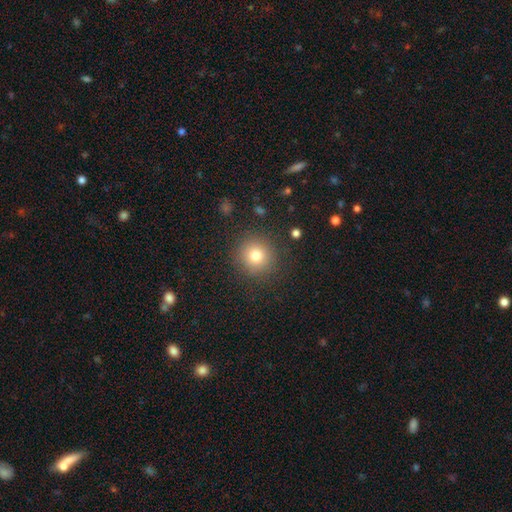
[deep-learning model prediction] A smooth galaxy with no disk features (78%) that is round (94%). Merging: none (88%).